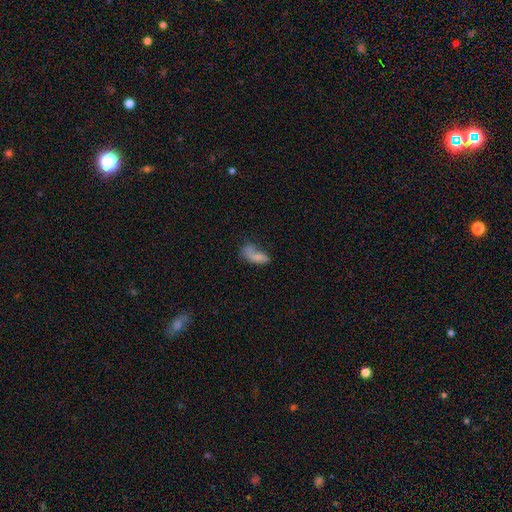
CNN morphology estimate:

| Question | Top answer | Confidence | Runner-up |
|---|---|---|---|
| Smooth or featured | smooth | 72% | featured or disk (18%) |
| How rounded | in between | 83% | cigar-shaped (12%) |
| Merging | none | 33% | minor disturbance (23%) |